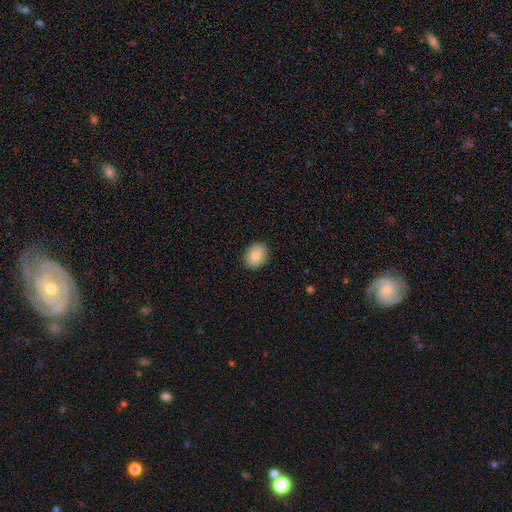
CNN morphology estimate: smooth-or-featured: smooth: 84% | featured or disk: 9% | star or artifact: 7%
  how-rounded: round: 53% | in between: 46% | cigar-shaped: 1%
  merging: none: 88% | minor disturbance: 9% | major disturbance: 2% | merger: 1%